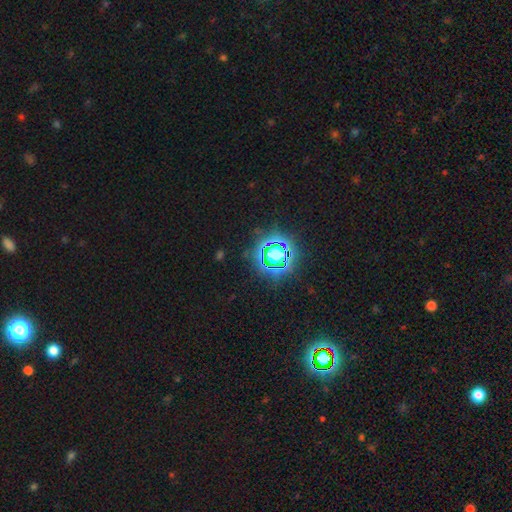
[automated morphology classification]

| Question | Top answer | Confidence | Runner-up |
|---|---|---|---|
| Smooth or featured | star or artifact | 81% | smooth (13%) |